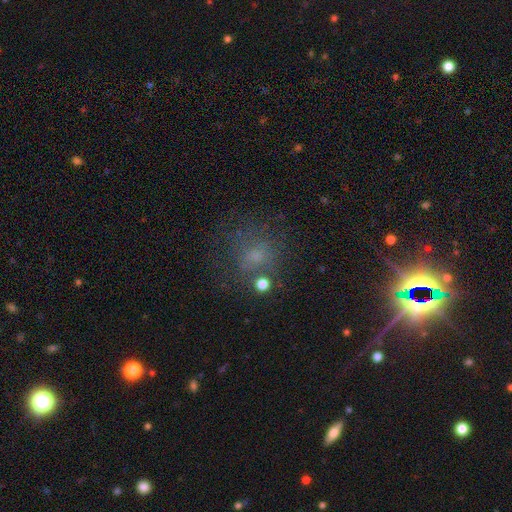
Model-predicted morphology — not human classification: smooth 55%, star or artifact 25%, featured or disk 19%. Down the decision tree: how rounded — round (79%); merging — none (63%).